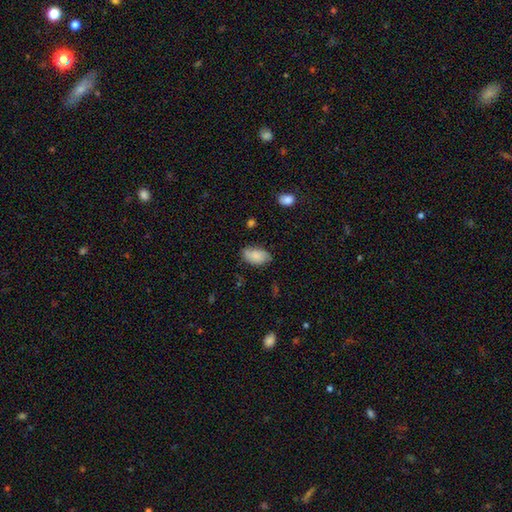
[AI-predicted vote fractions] Smooth or featured? smooth (75%)
How rounded? in between (93%)
Merging? none (68%)